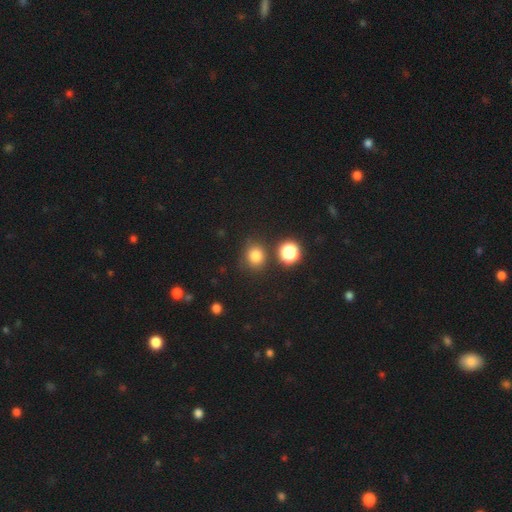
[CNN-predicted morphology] Smooth or featured? smooth (79%)
How rounded? round (81%)
Merging? none (79%)